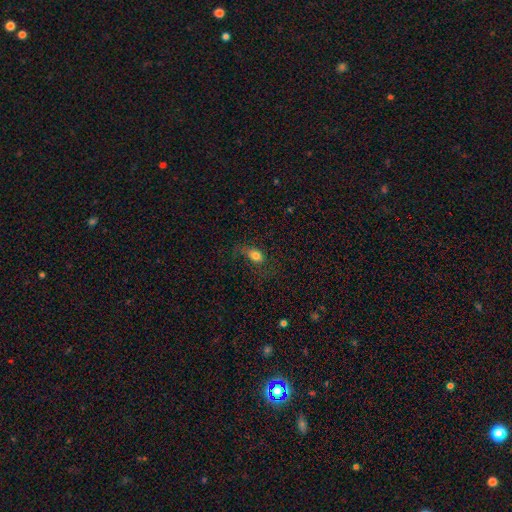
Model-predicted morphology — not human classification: type=smooth (75%); roundness=in between (74%); merging=none (55%).